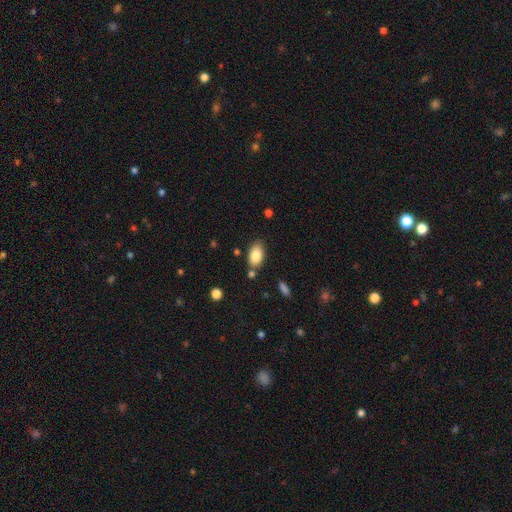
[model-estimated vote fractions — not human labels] smooth_or_featured: smooth (p=0.84) [alt: featured or disk p=0.09]
how_rounded: in between (p=0.92) [alt: round p=0.06]
merging: none (p=0.76) [alt: minor disturbance p=0.14]